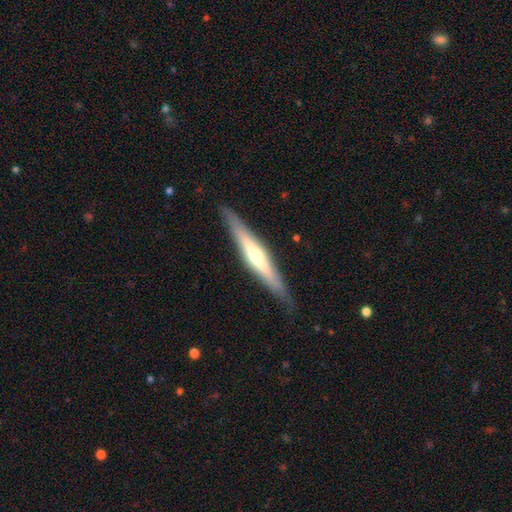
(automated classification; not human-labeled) smooth_or_featured: featured or disk (p=0.64) [alt: smooth p=0.30]
disk_edge_on: yes (p=0.94) [alt: no p=0.06]
edge_on_bulge: rounded (p=0.74) [alt: none p=0.17]
merging: none (p=0.86) [alt: minor disturbance p=0.10]